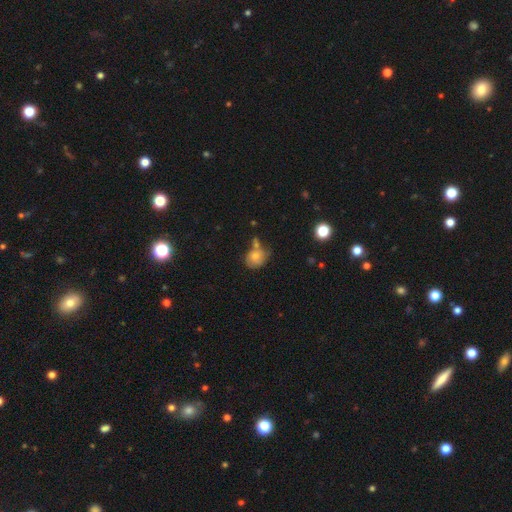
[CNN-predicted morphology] Q: Smooth or featured?
A: smooth (70%); runner-up: featured or disk (20%)
Q: How rounded?
A: in between (50%); runner-up: round (49%)
Q: Merging?
A: none (42%); runner-up: minor disturbance (25%)